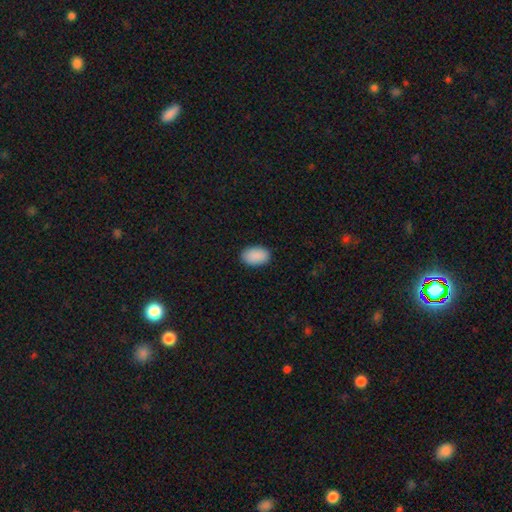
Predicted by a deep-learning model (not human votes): A smooth galaxy with no disk features (91%) that is in between round and cigar-shaped (92%).

Vote fractions:
- Smooth or featured? smooth: 91% / star or artifact: 7% / featured or disk: 2%
- How rounded? in between: 92% / round: 7% / cigar-shaped: 1%
- Merging? none: 89% / minor disturbance: 8% / major disturbance: 2% / merger: 1%